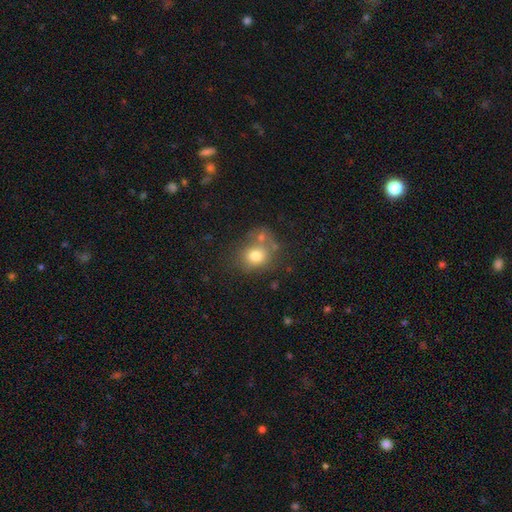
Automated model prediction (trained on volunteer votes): This is likely a smooth galaxy (76%). How rounded: likely round (64%). Merging: possibly none (52%).